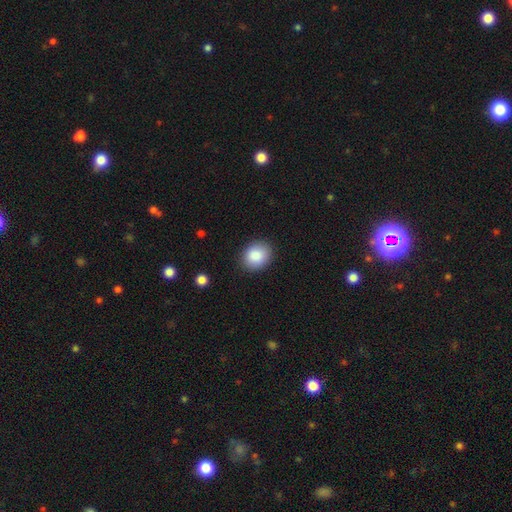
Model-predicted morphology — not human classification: type=smooth (87%); roundness=round (52%); merging=none (87%).